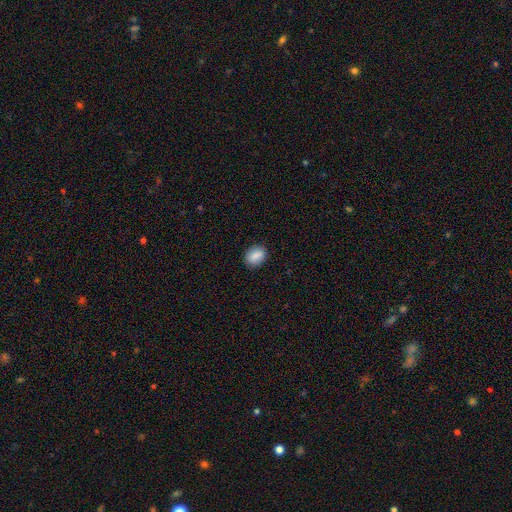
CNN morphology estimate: type=smooth (87%); roundness=in between (70%); merging=none (87%).